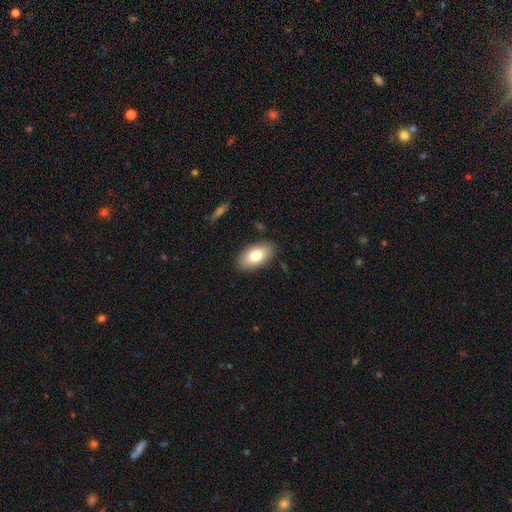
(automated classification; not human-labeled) smooth-or-featured: smooth: 78% | featured or disk: 15% | star or artifact: 7%
  how-rounded: in between: 94% | round: 4% | cigar-shaped: 2%
  merging: none: 87% | minor disturbance: 9% | major disturbance: 2% | merger: 1%